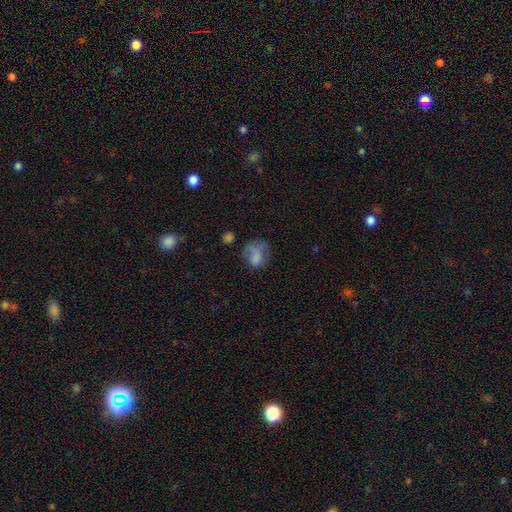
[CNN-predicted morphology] Q: Smooth or featured?
A: smooth (64%); runner-up: featured or disk (24%)
Q: How rounded?
A: in between (57%); runner-up: round (41%)
Q: Merging?
A: major disturbance (34%); tied with: none (34%)